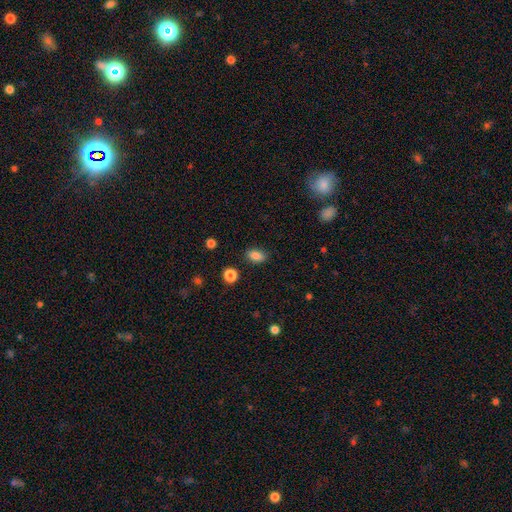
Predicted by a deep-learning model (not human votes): Smooth or featured?
  - smooth: 84% *
  - star or artifact: 10%
  - featured or disk: 6%
How rounded?
  - in between: 84% *
  - round: 13%
  - cigar-shaped: 3%
Merging?
  - none: 86% *
  - minor disturbance: 10%
  - major disturbance: 2%
  - merger: 2%